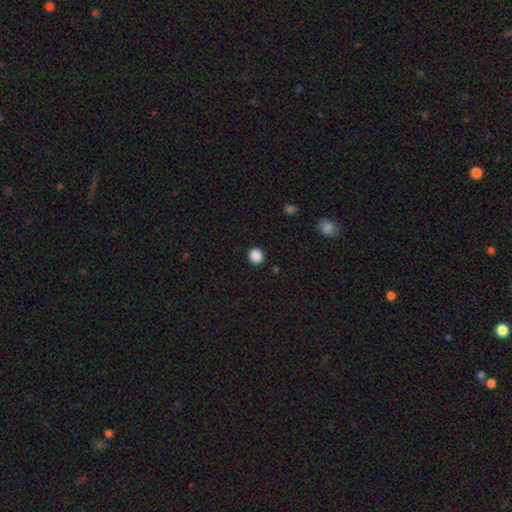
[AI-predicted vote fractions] Smooth or featured?
  - smooth: 87% *
  - star or artifact: 10%
  - featured or disk: 3%
How rounded?
  - round: 95% *
  - in between: 4%
  - cigar-shaped: 1%
Merging?
  - none: 93% *
  - minor disturbance: 4%
  - major disturbance: 2%
  - merger: 1%